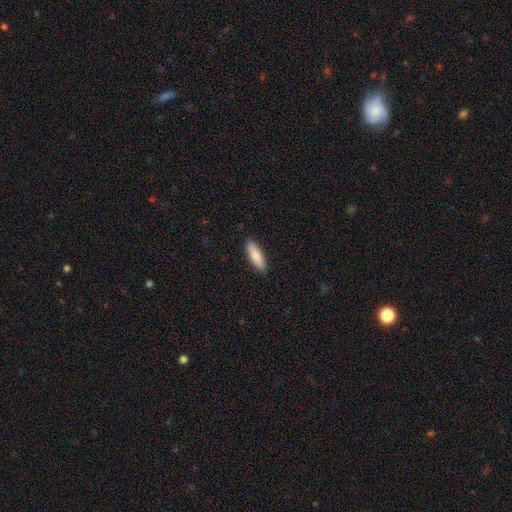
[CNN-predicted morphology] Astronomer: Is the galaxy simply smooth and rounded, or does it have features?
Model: smooth — 86%.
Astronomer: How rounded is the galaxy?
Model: in between — 51% (runner-up: cigar-shaped, 47%).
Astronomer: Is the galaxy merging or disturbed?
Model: none — 90%.